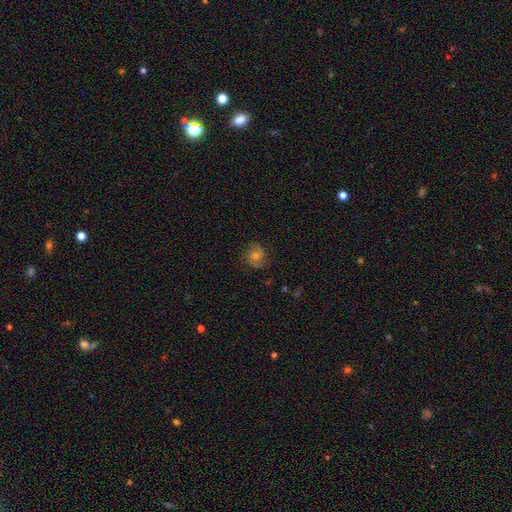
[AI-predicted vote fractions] Smooth or featured? featured or disk (66%)
Edge-on disk? no (97%)
Bar? no (69%)
Spiral arms? yes (93%)
Spiral winding? medium (49%)
Spiral arm count? 2 (78%)
Bulge size? moderate (55%)
Merging? none (78%)